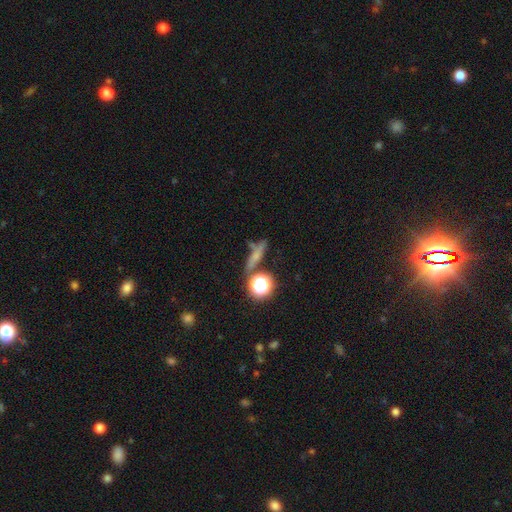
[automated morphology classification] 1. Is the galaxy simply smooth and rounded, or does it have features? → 54% smooth, 24% featured or disk, 23% star or artifact.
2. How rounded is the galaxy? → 57% cigar-shaped, 23% round, 20% in between.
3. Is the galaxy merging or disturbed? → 65% none, 15% minor disturbance, 13% merger, 7% major disturbance.